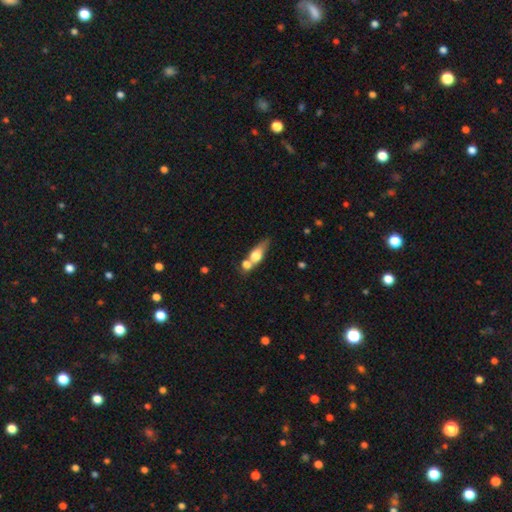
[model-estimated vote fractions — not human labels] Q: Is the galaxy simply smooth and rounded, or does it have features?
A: smooth — 60%.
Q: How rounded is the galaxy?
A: in between — 50%.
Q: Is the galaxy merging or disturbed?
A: merger — 47%.